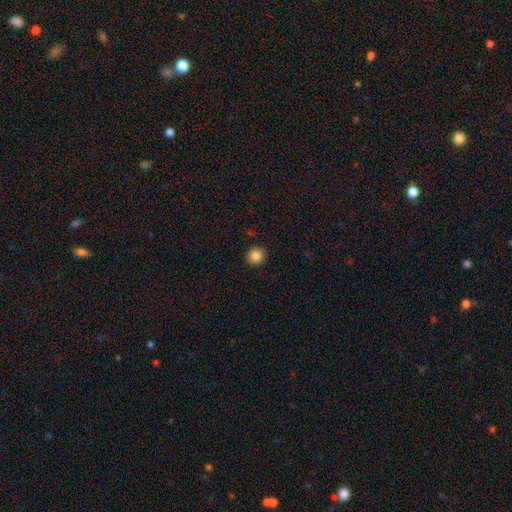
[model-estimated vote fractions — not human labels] The model was most divided on "smooth or featured": smooth: 85%, star or artifact: 10%, featured or disk: 5%. More confident: merging — none (92%); how rounded — round (90%).